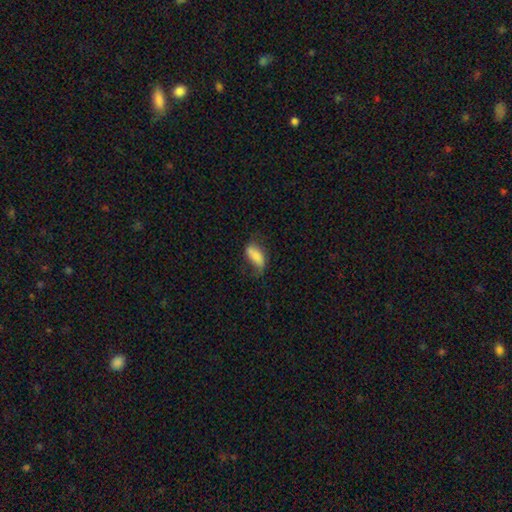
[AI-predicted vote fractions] Smooth or featured? smooth (69%)
How rounded? in between (84%)
Merging? none (43%)